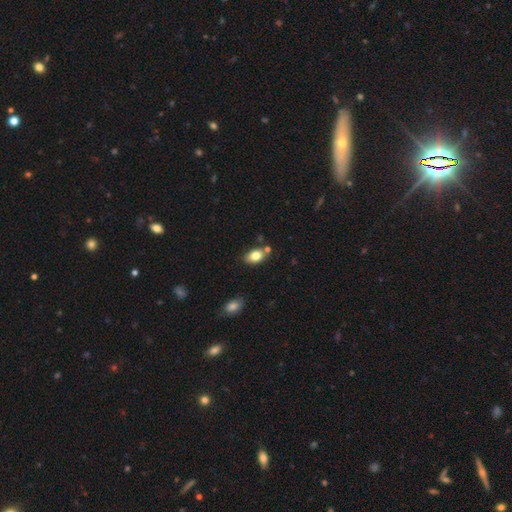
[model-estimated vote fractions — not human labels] Overall: smooth (80%). How rounded: in between (86%). Merging: none (72%).